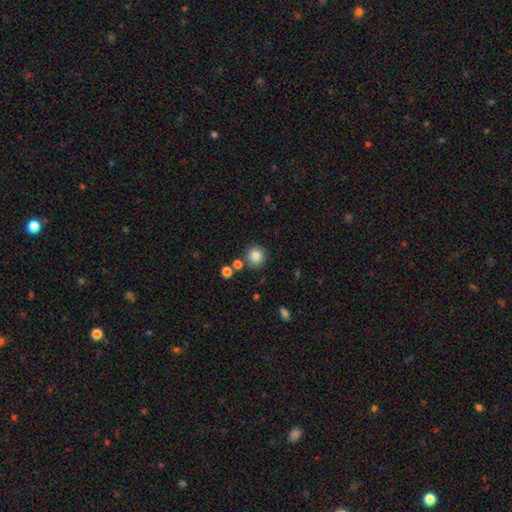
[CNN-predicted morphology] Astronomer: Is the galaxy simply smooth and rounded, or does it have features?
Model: smooth — 83%.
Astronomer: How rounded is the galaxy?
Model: round — 93%.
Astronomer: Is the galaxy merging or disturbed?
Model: none — 82%.